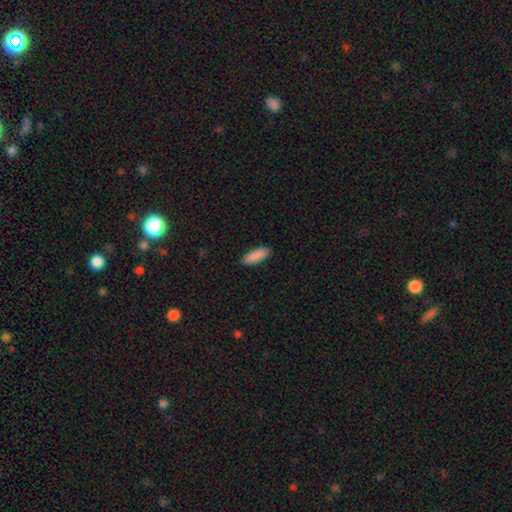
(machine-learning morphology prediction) Smooth or featured? smooth (90%)
How rounded? in between (66%)
Merging? none (90%)